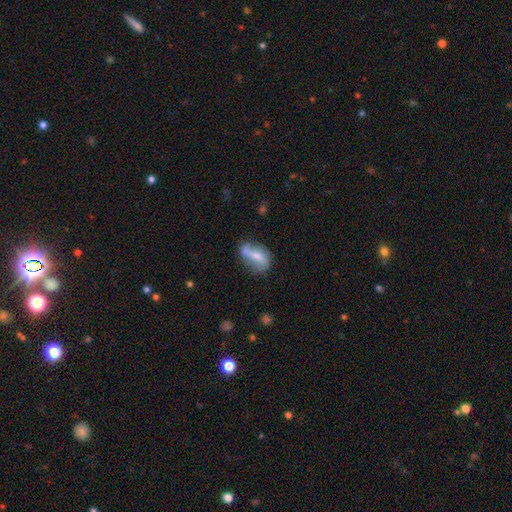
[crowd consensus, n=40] smooth_or_featured: featured or disk (p=0.50) [alt: smooth p=0.42]
disk_edge_on: no (p=0.85) [alt: yes p=0.15]
bar: weak (p=0.59) [alt: no p=0.24]
has_spiral_arms: yes (p=0.53) [alt: no p=0.47]
spiral_winding: loose (p=0.56) [alt: tight p=0.33]
spiral_arm_count: 2 (p=0.89) [alt: can't tell p=0.11]
bulge_size: small (p=0.53) [alt: moderate p=0.35]
merging: none (p=0.49) [alt: minor disturbance p=0.24]